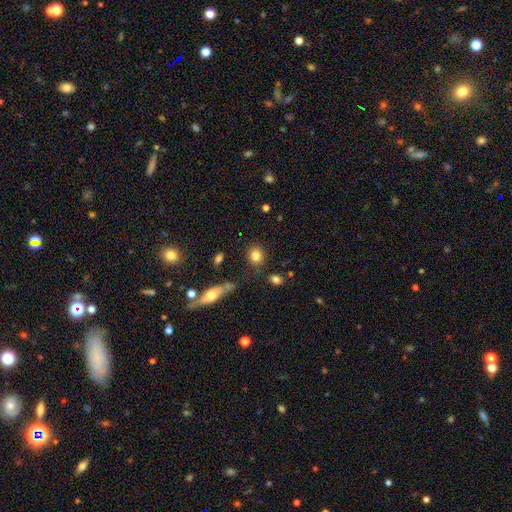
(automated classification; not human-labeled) Morphology: type=smooth (82%); roundness=round (72%); merging=none (77%).